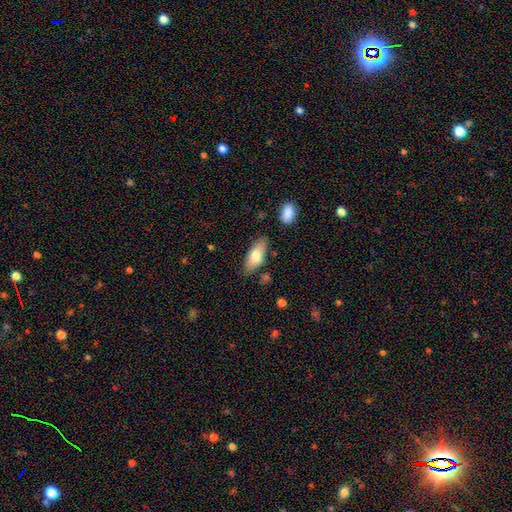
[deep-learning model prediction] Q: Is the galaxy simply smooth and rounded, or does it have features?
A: smooth — 75%.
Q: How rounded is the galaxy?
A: in between — 80%.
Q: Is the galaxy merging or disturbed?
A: none — 78%.